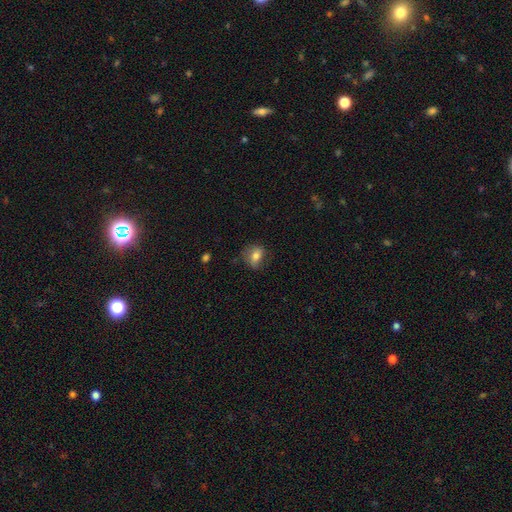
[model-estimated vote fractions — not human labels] Q: Smooth or featured?
A: smooth (76%); runner-up: featured or disk (15%)
Q: How rounded?
A: in between (62%); runner-up: round (36%)
Q: Merging?
A: none (65%); runner-up: minor disturbance (24%)